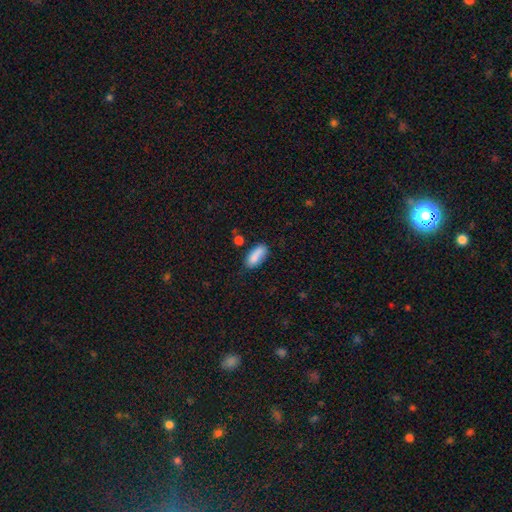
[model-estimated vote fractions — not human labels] Smooth or featured: smooth — 85% (star or artifact — 7%)
How rounded: in between — 81% (cigar-shaped — 16%)
Merging: none — 68% (minor disturbance — 21%)